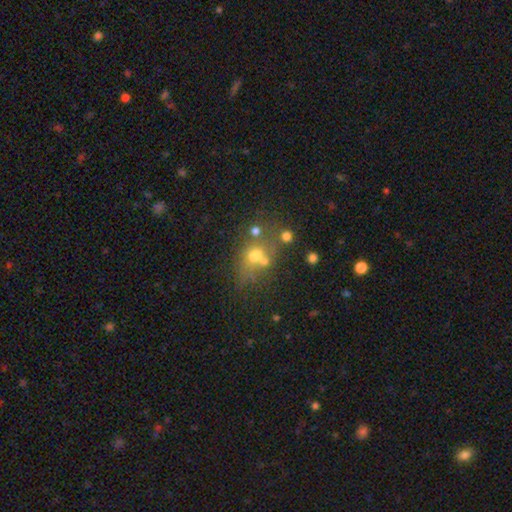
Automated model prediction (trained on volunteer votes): Overall: smooth (55%; featured or disk 24%). How rounded: in between (49%; round 48%). Merging: none (43%; merger 32%).